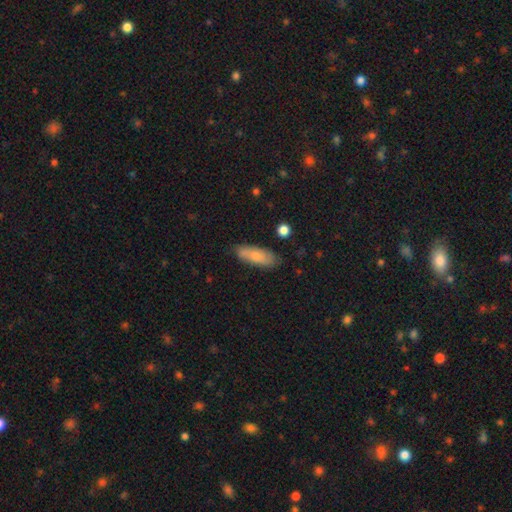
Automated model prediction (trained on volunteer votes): Overall: smooth (76%). How rounded: in between (65%; cigar-shaped 33%). Merging: none (78%).